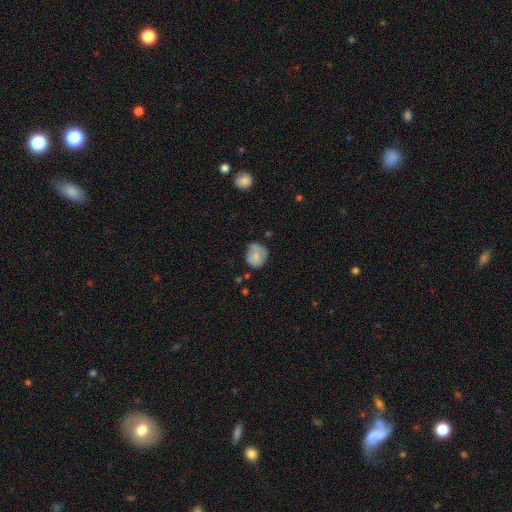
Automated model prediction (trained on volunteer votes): Smooth or featured?
  - smooth: 65% *
  - featured or disk: 27%
  - star or artifact: 8%
How rounded?
  - round: 68% *
  - in between: 31%
  - cigar-shaped: 1%
Merging?
  - none: 51% *
  - minor disturbance: 34%
  - major disturbance: 12%
  - merger: 3%